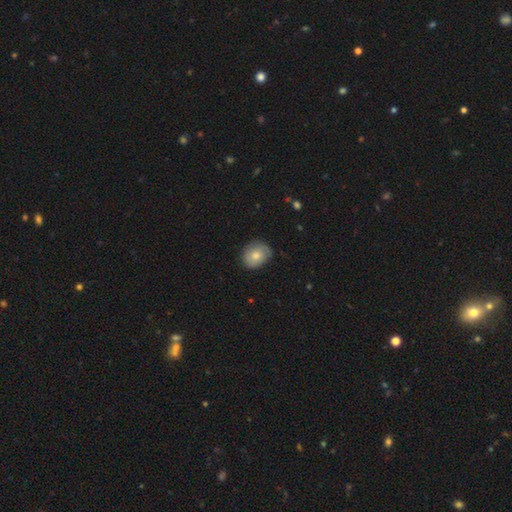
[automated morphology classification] A smooth galaxy with no disk features (74%) that is round (57%). Merging: none (75%).